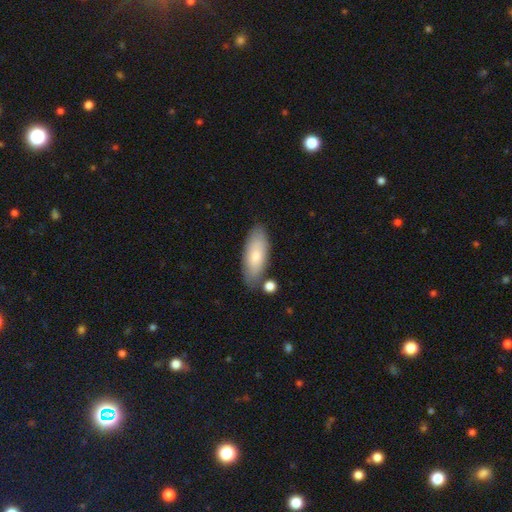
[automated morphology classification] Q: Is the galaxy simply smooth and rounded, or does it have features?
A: smooth — 76%.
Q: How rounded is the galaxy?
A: in between — 80%.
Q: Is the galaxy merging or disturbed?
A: none — 73%.